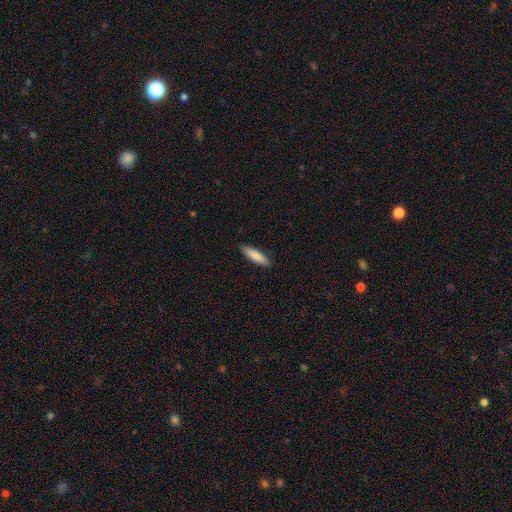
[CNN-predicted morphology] This appears to be a smooth galaxy with no disk features (85%) that is cigar-shaped (66%). Merging: none (90%).